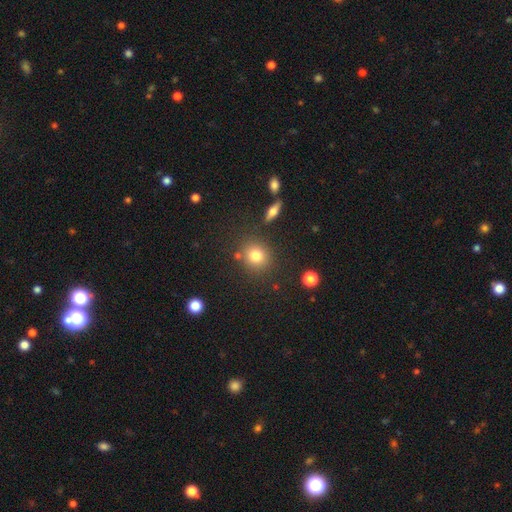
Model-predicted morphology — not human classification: smooth 79%, star or artifact 12%, featured or disk 9%. Down the decision tree: how rounded — round (82%); merging — none (81%).